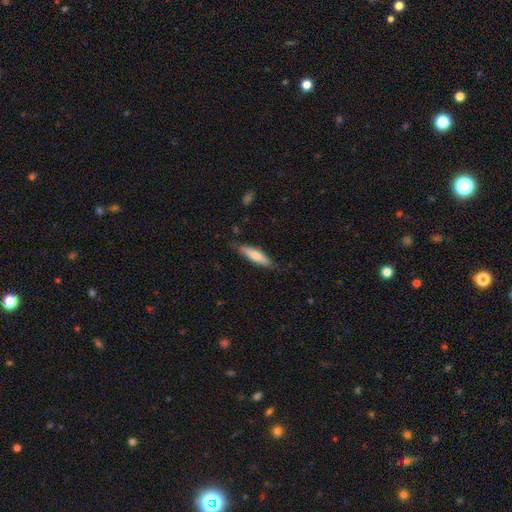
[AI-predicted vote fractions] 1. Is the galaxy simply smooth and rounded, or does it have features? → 70% smooth, 24% featured or disk, 5% star or artifact.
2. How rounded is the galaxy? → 71% cigar-shaped, 27% in between, 1% round.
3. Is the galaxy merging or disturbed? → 79% none, 17% minor disturbance, 3% major disturbance, 1% merger.